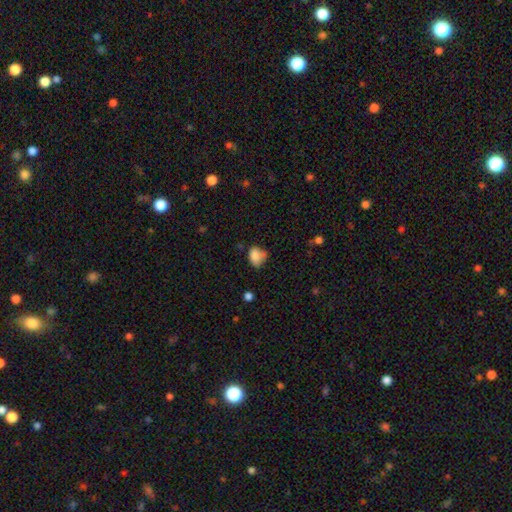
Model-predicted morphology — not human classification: The model was most divided on "merging": none: 43%, minor disturbance: 35%, major disturbance: 13%, merger: 9%. More confident: smooth or featured — smooth (81%); how rounded — in between (61%).